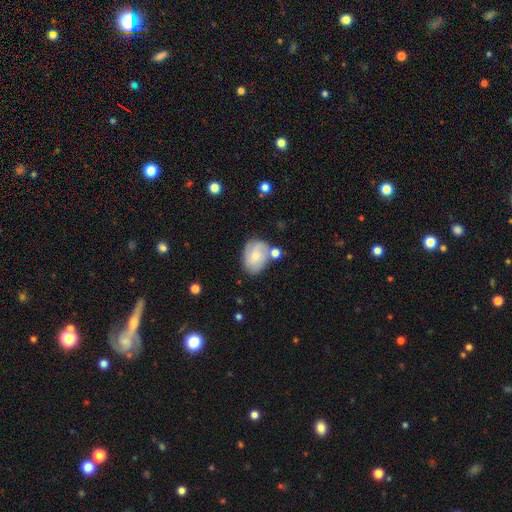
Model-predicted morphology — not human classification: A smooth galaxy with no disk features (48%).

Vote fractions:
- Smooth or featured? smooth: 48% / featured or disk: 45% / star or artifact: 7%
- Merging? none: 58% / minor disturbance: 21% / merger: 15% / major disturbance: 6%